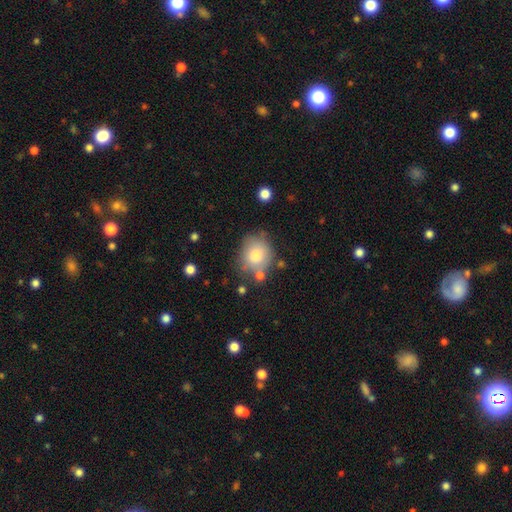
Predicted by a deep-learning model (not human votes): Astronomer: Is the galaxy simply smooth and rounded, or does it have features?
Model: smooth — 77%.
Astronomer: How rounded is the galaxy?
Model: round — 71%.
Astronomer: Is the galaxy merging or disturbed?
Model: none — 67%.